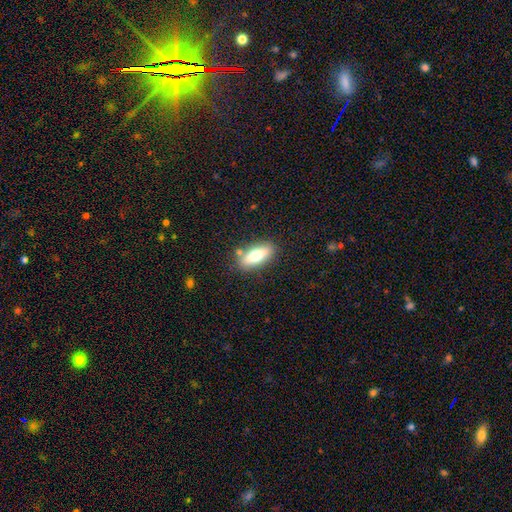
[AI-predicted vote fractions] Smooth or featured? smooth (65%)
How rounded? in between (67%)
Merging? none (82%)